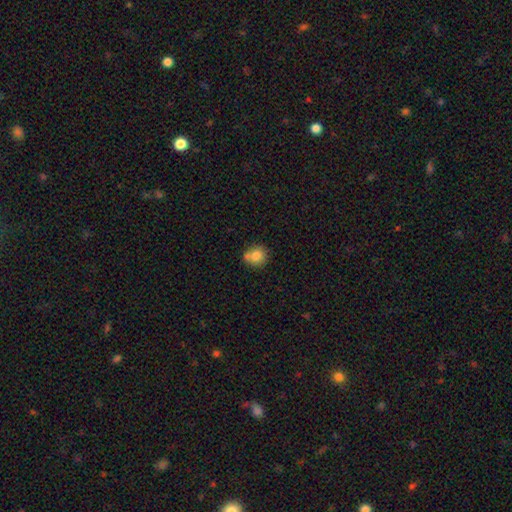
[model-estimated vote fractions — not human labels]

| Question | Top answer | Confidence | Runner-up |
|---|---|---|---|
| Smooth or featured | smooth | 80% | featured or disk (11%) |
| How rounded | round | 81% | in between (18%) |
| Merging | none | 59% | merger (22%) |